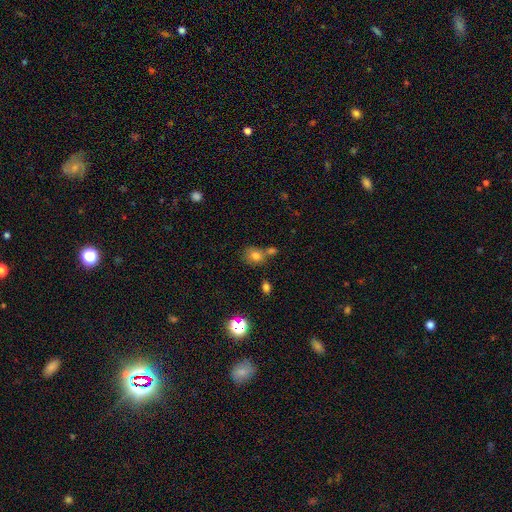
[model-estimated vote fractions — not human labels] smooth_or_featured: smooth (p=0.76) [alt: star or artifact p=0.14]
how_rounded: round (p=0.59) [alt: in between p=0.39]
merging: none (p=0.54) [alt: merger p=0.28]